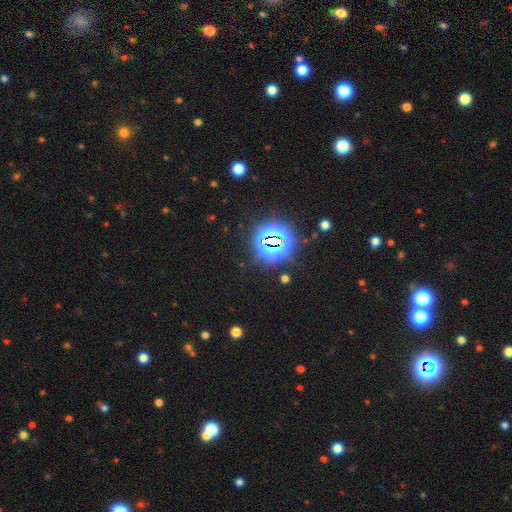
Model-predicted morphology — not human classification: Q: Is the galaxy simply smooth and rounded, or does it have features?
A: star or artifact — 82%.